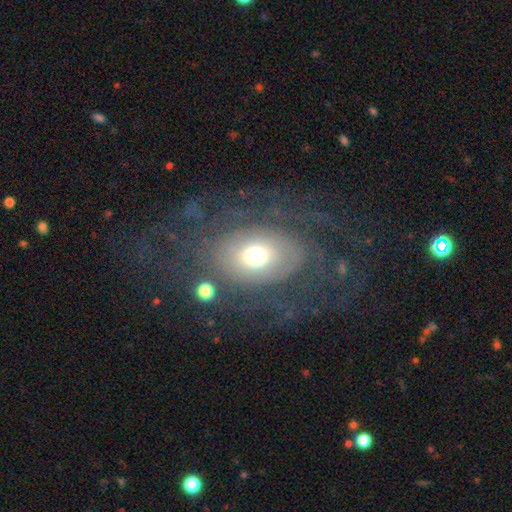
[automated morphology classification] Smooth or featured? featured or disk (57%)
Edge-on disk? no (95%)
Bar? no (79%)
Spiral arms? yes (58%)
Bulge size? moderate (64%)
Merging? none (54%)